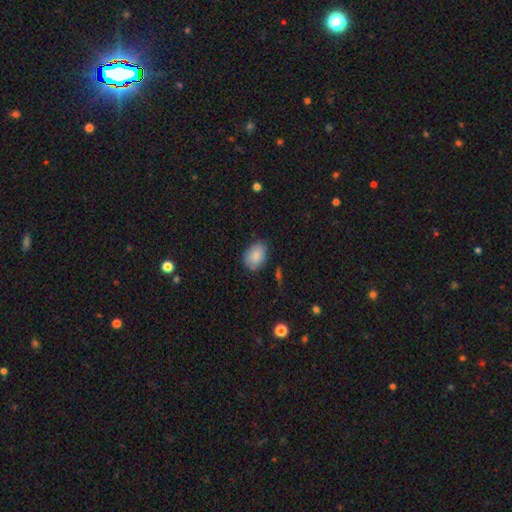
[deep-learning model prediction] smooth-or-featured: smooth: 84% | featured or disk: 8% | star or artifact: 7%
  how-rounded: in between: 77% | round: 22% | cigar-shaped: 1%
  merging: none: 76% | minor disturbance: 19% | major disturbance: 4% | merger: 2%